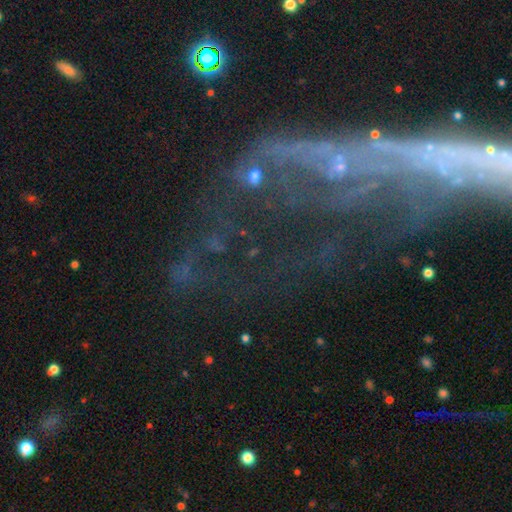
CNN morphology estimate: smooth_or_featured: featured or disk (p=0.57) [alt: star or artifact p=0.30]
disk_edge_on: no (p=0.88) [alt: yes p=0.12]
bar: no (p=0.62) [alt: weak p=0.22]
has_spiral_arms: yes (p=0.62) [alt: no p=0.38]
bulge_size: small (p=0.49) [alt: none p=0.29]
merging: none (p=0.42) [alt: major disturbance p=0.32]